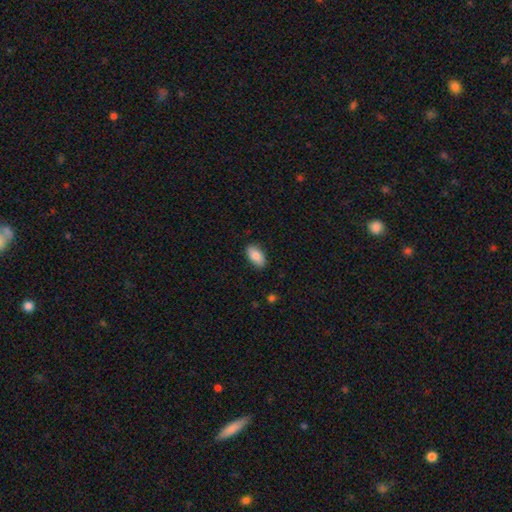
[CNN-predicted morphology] smooth_or_featured: smooth (p=0.80) [alt: featured or disk p=0.13]
how_rounded: in between (p=0.92) [alt: round p=0.04]
merging: none (p=0.85) [alt: minor disturbance p=0.11]